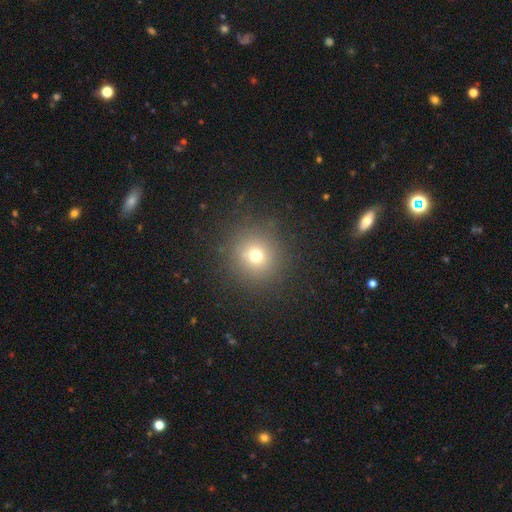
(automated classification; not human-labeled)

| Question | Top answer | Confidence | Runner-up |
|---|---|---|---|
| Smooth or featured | smooth | 69% | star or artifact (20%) |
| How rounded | round | 93% | in between (6%) |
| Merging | none | 87% | minor disturbance (7%) |